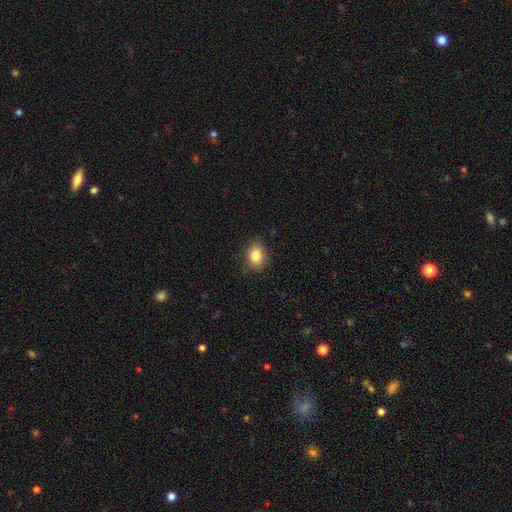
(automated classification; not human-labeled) smooth 84%, star or artifact 9%, featured or disk 7%. Down the decision tree: how rounded — in between (57%); merging — none (83%).